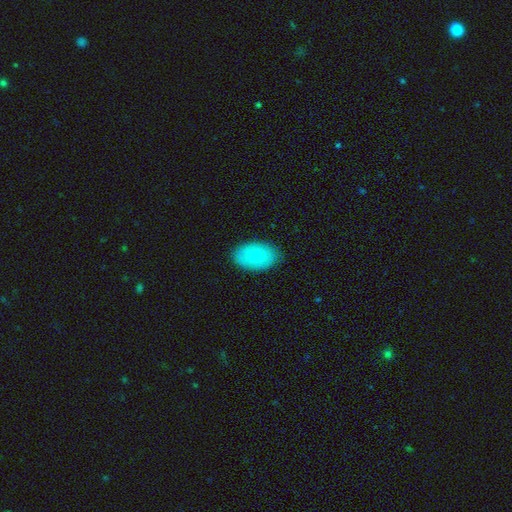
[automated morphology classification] smooth-or-featured: smooth: 70% | featured or disk: 23% | star or artifact: 7%
  how-rounded: in between: 88% | round: 11% | cigar-shaped: 1%
  merging: none: 85% | minor disturbance: 11% | major disturbance: 2% | merger: 1%